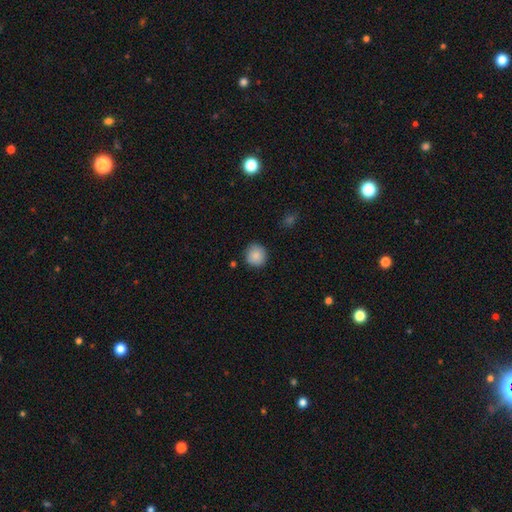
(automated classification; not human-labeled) Smooth or featured? Predicted: smooth (p=0.88). How rounded? Predicted: round (p=0.91). Merging? Predicted: none (p=0.87).